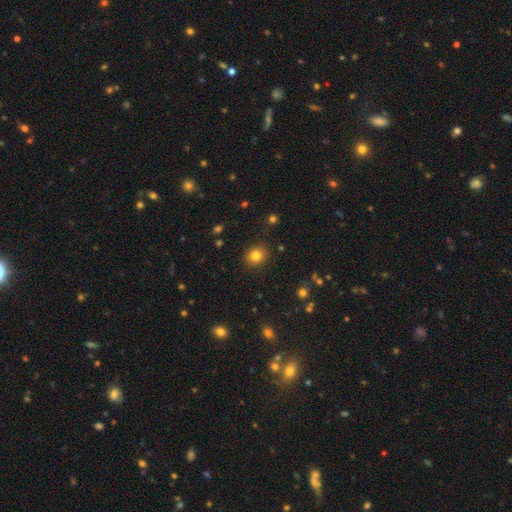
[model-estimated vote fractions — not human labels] Smooth or featured: smooth — 81% (star or artifact — 13%)
How rounded: round — 71% (in between — 28%)
Merging: none — 88% (minor disturbance — 8%)